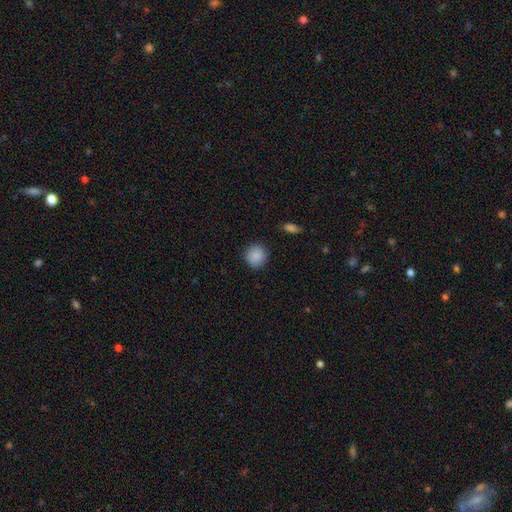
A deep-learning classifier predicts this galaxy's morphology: This is clearly a smooth galaxy (89%). How rounded: clearly round (89%). Merging: clearly none (87%).